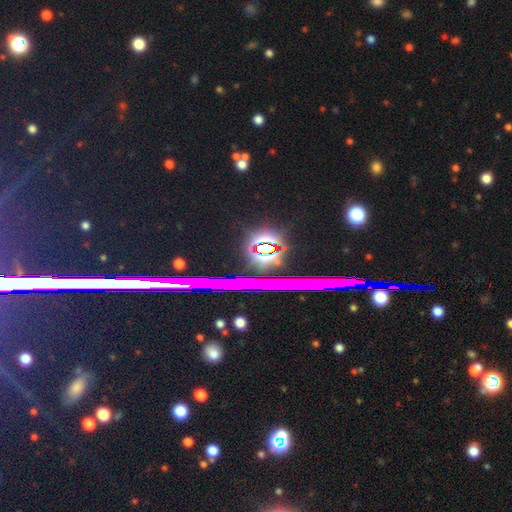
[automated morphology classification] Smooth or featured?
  - star or artifact: 79% *
  - smooth: 11%
  - featured or disk: 10%